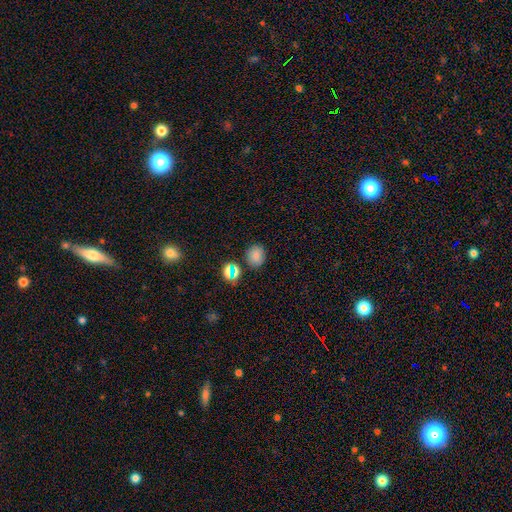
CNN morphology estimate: A smooth galaxy with no disk features (74%) that is round (65%).

Vote fractions:
- Smooth or featured? smooth: 74% / star or artifact: 20% / featured or disk: 6%
- How rounded? round: 65% / in between: 34% / cigar-shaped: 1%
- Merging? none: 81% / minor disturbance: 10% / merger: 6% / major disturbance: 3%